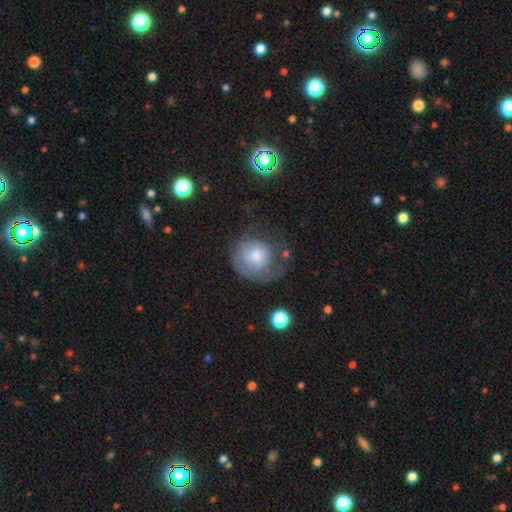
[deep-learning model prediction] A featured or disk galaxy (46%). Merging: none (47%).